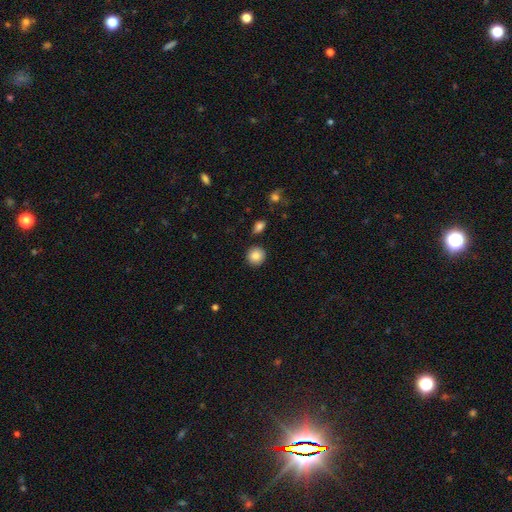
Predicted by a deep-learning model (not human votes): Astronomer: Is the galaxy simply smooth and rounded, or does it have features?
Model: smooth — 86%.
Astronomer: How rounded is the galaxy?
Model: round — 92%.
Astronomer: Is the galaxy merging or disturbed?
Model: none — 88%.